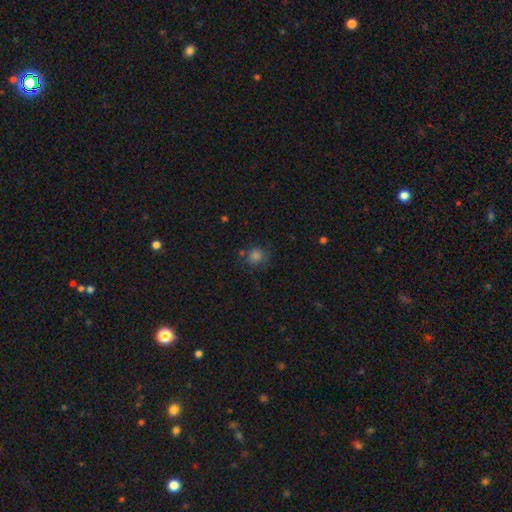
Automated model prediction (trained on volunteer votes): The model was most divided on "merging": none: 73%, minor disturbance: 16%, merger: 6%, major disturbance: 6%. More confident: how rounded — round (84%); smooth or featured — smooth (76%).